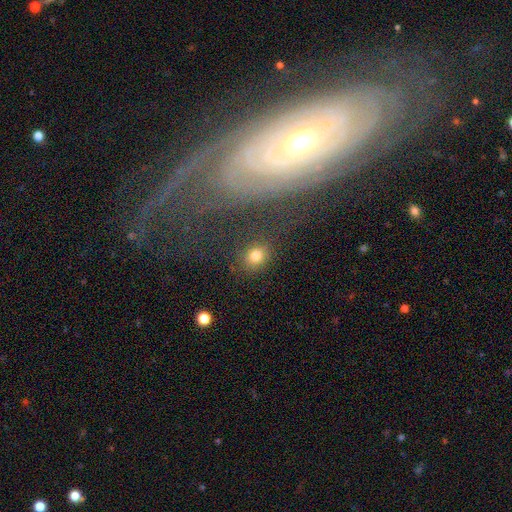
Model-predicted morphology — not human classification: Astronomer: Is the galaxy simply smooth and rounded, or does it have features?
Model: smooth — 78%.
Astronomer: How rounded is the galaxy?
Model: round — 64%.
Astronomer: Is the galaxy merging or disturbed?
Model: none — 82%.